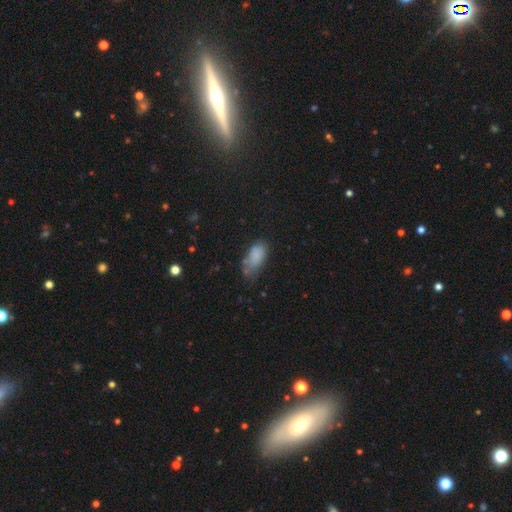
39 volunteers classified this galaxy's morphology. A smooth galaxy with no disk features (85%) that is in between round and cigar-shaped (91%). Merging: minor disturbance (47%).